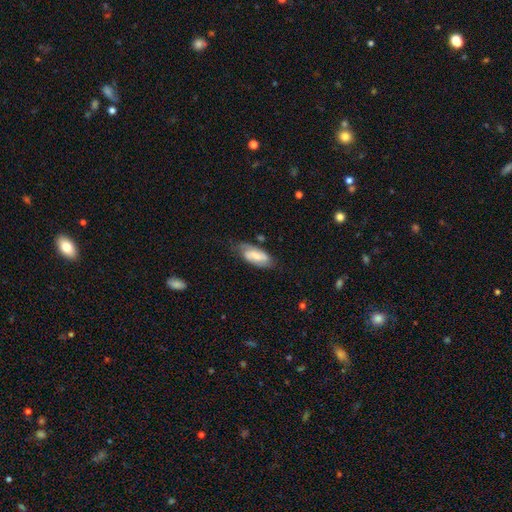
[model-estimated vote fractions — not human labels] Q: Smooth or featured?
A: smooth (48%); runner-up: featured or disk (45%)
Q: Merging?
A: none (60%); runner-up: minor disturbance (28%)